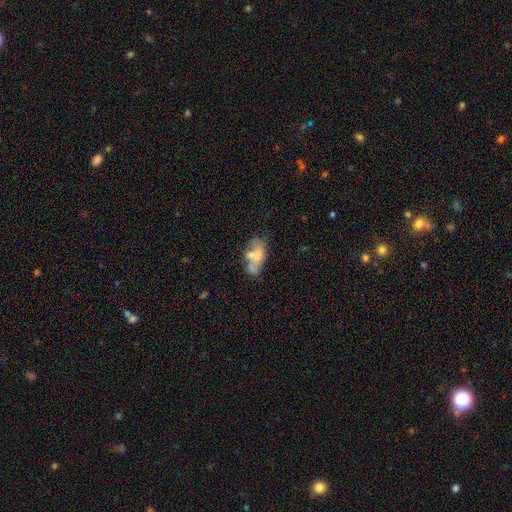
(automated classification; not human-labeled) Morphology: type=smooth (48%); merging=none (33%).